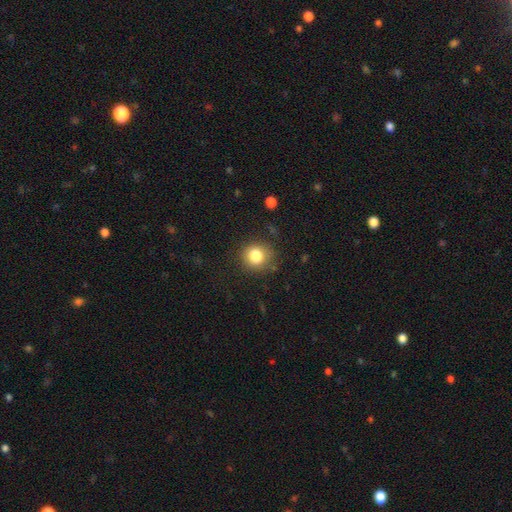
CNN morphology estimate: type=smooth (82%); roundness=round (87%); merging=none (84%).